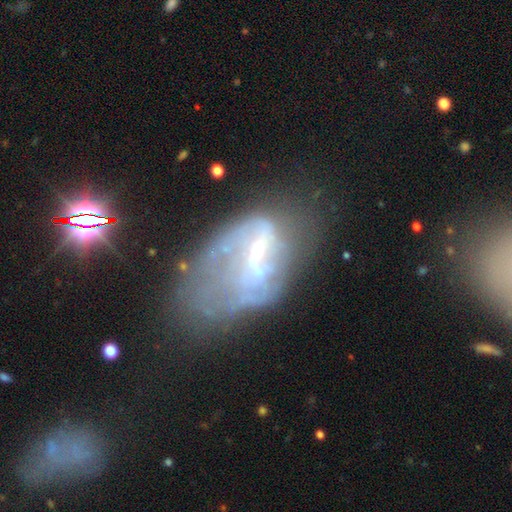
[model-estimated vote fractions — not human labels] featured or disk 64%, smooth 22%, star or artifact 14%. Down the decision tree: edge-on disk — no (95%); bar — weak (38%); spiral arms — no (60%); bulge size — small (36%); merging — major disturbance (42%).